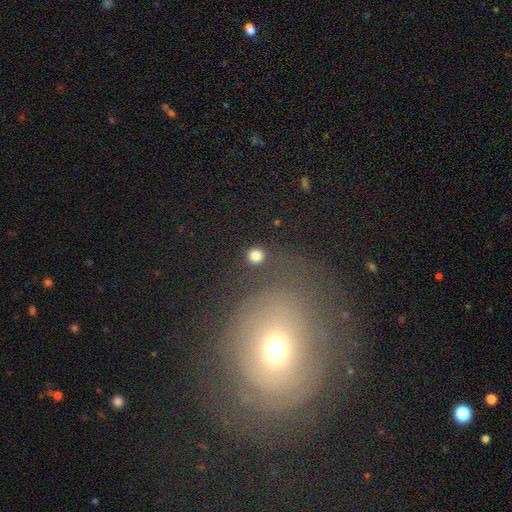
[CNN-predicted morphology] Smooth or featured? smooth (82%)
How rounded? round (90%)
Merging? none (87%)